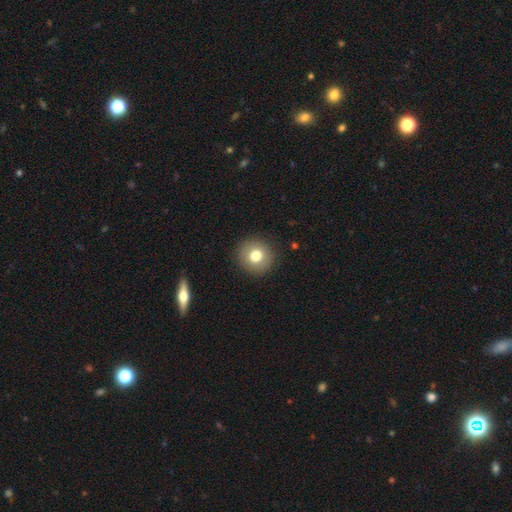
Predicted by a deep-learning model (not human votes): A smooth galaxy with no disk features (77%) that is round (91%).

Vote fractions:
- Smooth or featured? smooth: 77% / featured or disk: 13% / star or artifact: 10%
- How rounded? round: 91% / in between: 8% / cigar-shaped: 1%
- Merging? none: 90% / minor disturbance: 6% / major disturbance: 2% / merger: 1%